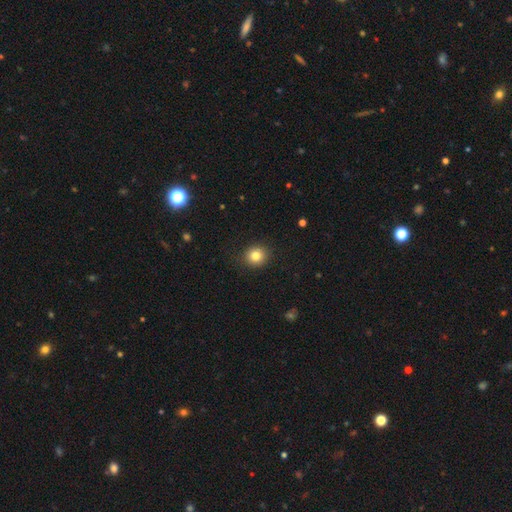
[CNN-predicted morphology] The model was most divided on "smooth or featured": smooth: 82%, star or artifact: 11%, featured or disk: 7%. More confident: merging — none (90%); how rounded — round (86%).